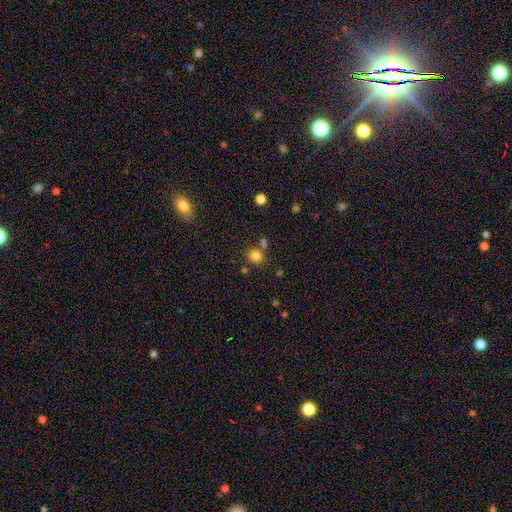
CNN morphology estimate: Overall: smooth (80%). How rounded: round (72%). Merging: none (68%).